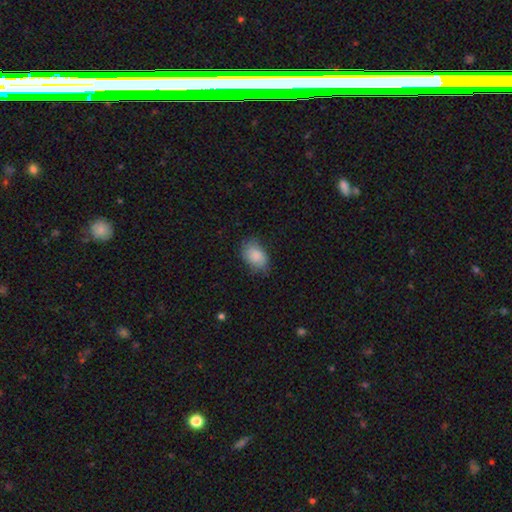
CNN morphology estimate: type=smooth (86%); roundness=in between (87%); merging=none (71%).